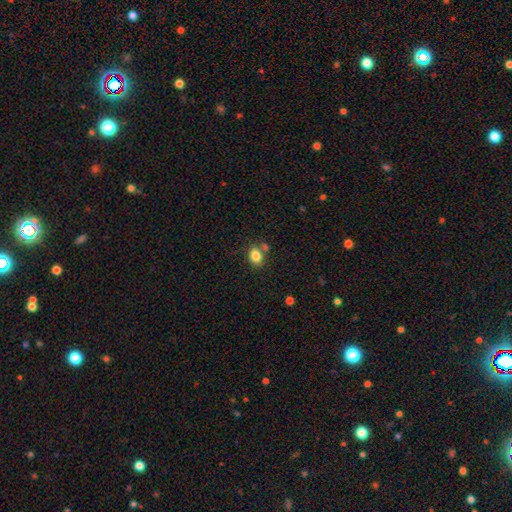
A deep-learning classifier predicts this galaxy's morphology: smooth 83%, star or artifact 10%, featured or disk 7%. Down the decision tree: how rounded — in between (61%); merging — none (67%).